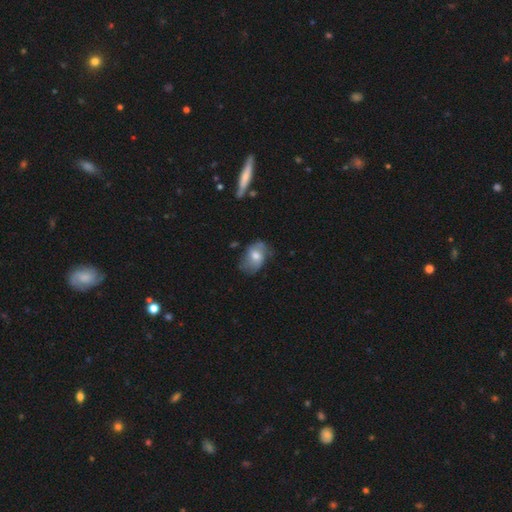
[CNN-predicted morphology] Smooth or featured? smooth (55%)
How rounded? in between (78%)
Merging? none (52%)